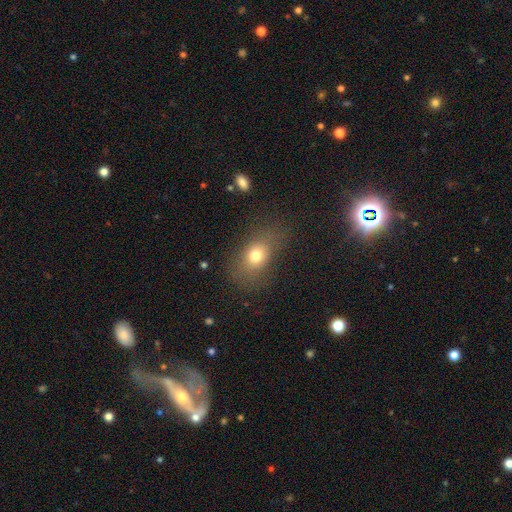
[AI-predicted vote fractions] smooth 74%, featured or disk 13%, star or artifact 13%. Down the decision tree: how rounded — in between (70%); merging — none (70%).